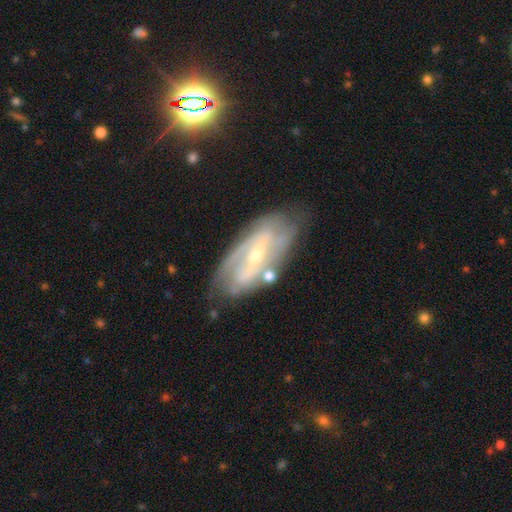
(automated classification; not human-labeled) This is clearly a featured or disk galaxy (82%). It is clearly not viewed edge-on (92%). Bar: marginally weak (38%). Spiral arm pattern: clearly yes (88%). Spiral arm count: possibly 2 (59%). Spiral winding: possibly tight (46%). Central bulge: likely small (64%). Merging: likely none (68%).